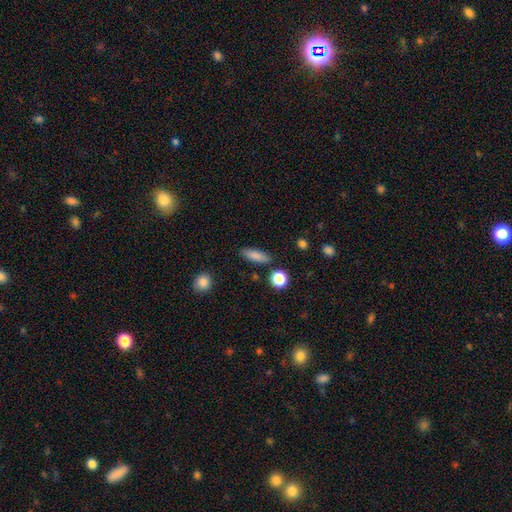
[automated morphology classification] This is clearly a smooth galaxy (84%). How rounded: possibly in between (51%). Merging: clearly none (86%).